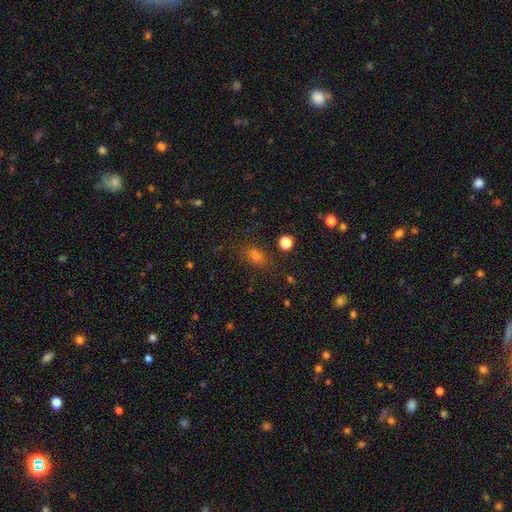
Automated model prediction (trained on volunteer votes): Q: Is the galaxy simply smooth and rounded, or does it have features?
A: smooth — 61%.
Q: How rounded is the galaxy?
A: in between — 71%.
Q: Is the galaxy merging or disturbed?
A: none — 78%.